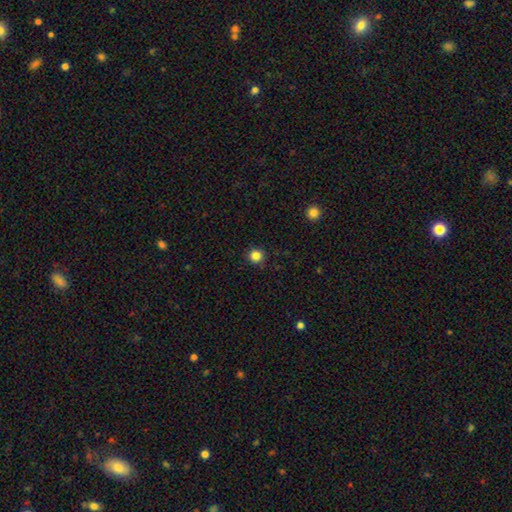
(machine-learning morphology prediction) A smooth galaxy with no disk features (84%) that is round (94%). Merging: none (90%).